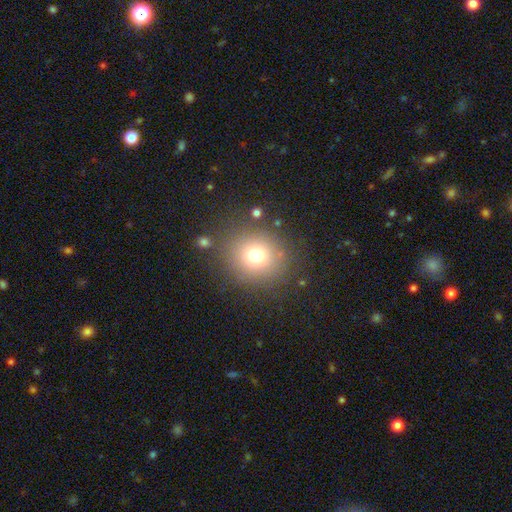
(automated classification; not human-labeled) Smooth or featured? Predicted: smooth (p=0.73). How rounded? Predicted: round (p=0.88). Merging? Predicted: none (p=0.82).